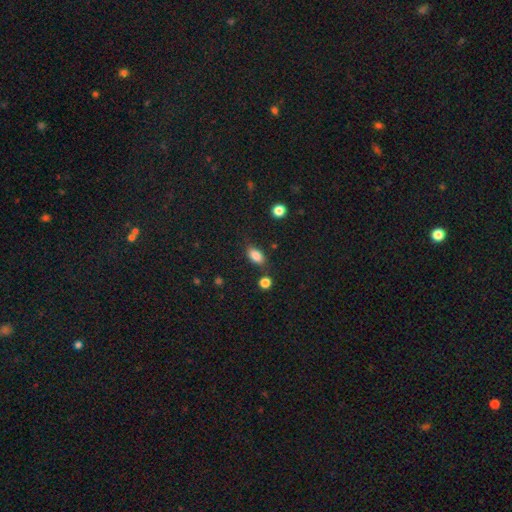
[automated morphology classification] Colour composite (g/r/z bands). It shows a smooth galaxy with no disk features (85%) that is in between round and cigar-shaped (88%). Merging: none (77%).